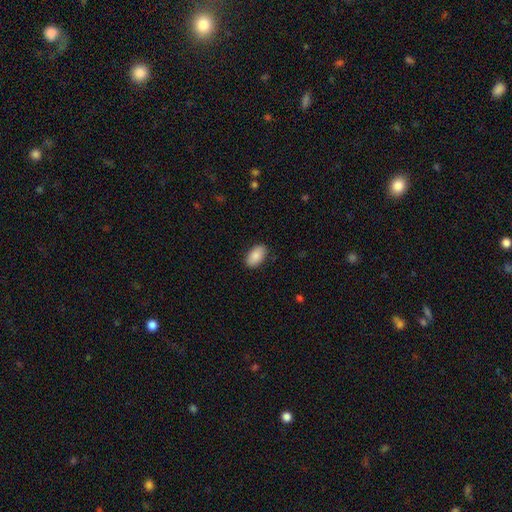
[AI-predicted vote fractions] The model was most divided on "merging": none: 87%, minor disturbance: 9%, major disturbance: 2%, merger: 1%. More confident: how rounded — in between (94%); smooth or featured — smooth (87%).